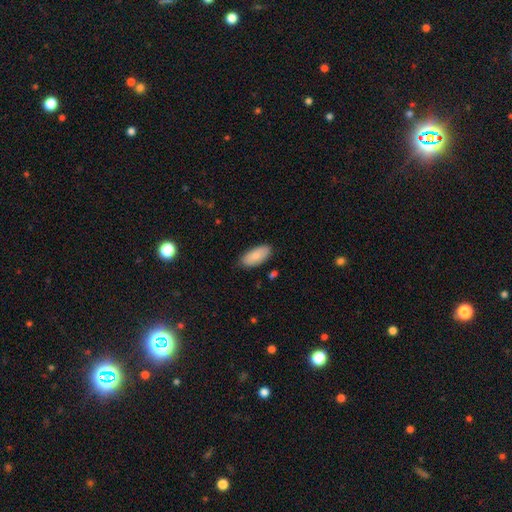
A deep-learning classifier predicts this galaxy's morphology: Overall: smooth (85%). How rounded: in between (92%). Merging: none (83%).